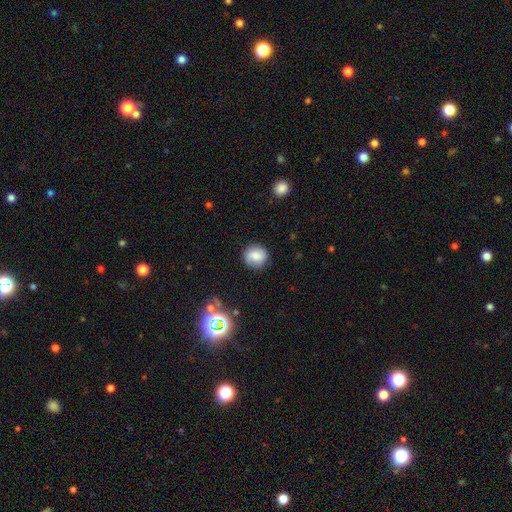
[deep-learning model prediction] Overall: smooth (69%). How rounded: round (88%). Merging: none (83%).